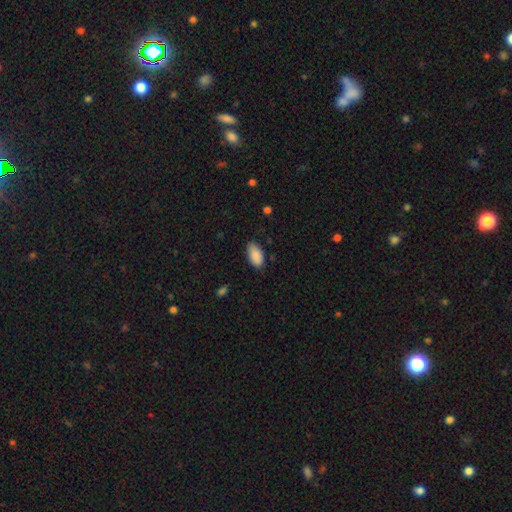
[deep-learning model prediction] This is clearly a smooth galaxy (89%). How rounded: clearly in between (94%). Merging: likely none (78%).